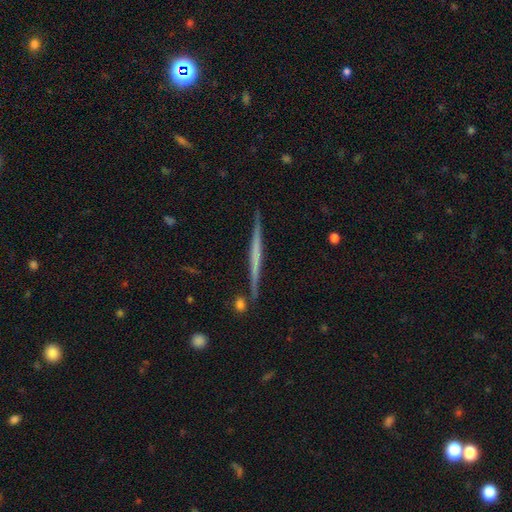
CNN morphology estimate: The model was most divided on "smooth or featured": featured or disk: 64%, smooth: 30%, star or artifact: 6%. More confident: edge-on disk — yes (98%); merging — none (89%); edge-on bulge — none (81%).